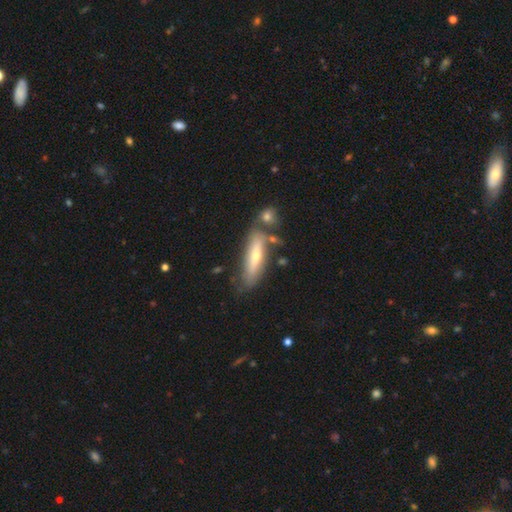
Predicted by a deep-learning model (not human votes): A featured or disk galaxy (47%).

Vote fractions:
- Smooth or featured? featured or disk: 47% / smooth: 46% / star or artifact: 7%
- Merging? none: 63% / minor disturbance: 16% / merger: 16% / major disturbance: 5%